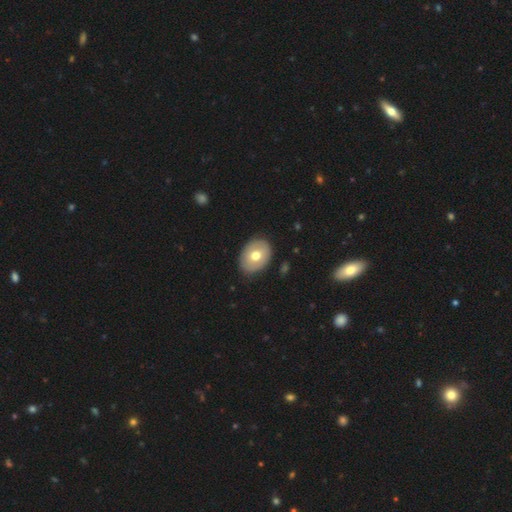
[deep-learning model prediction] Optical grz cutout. It shows a smooth galaxy with no disk features (63%) that is in between round and cigar-shaped (68%). Merging: none (85%).